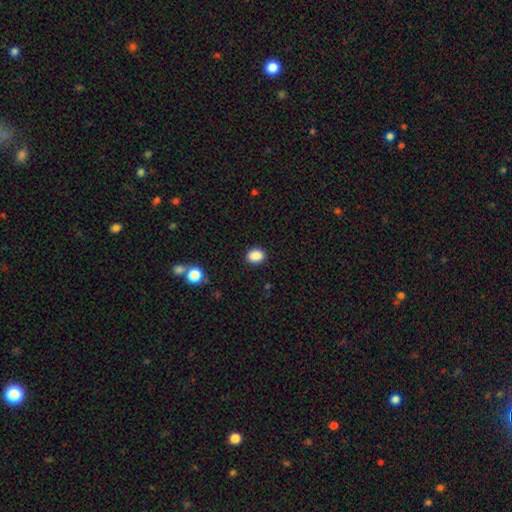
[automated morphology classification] Smooth or featured?
  - smooth: 88% *
  - star or artifact: 10%
  - featured or disk: 3%
How rounded?
  - in between: 53% *
  - round: 46%
  - cigar-shaped: 1%
Merging?
  - none: 88% *
  - minor disturbance: 8%
  - major disturbance: 2%
  - merger: 1%